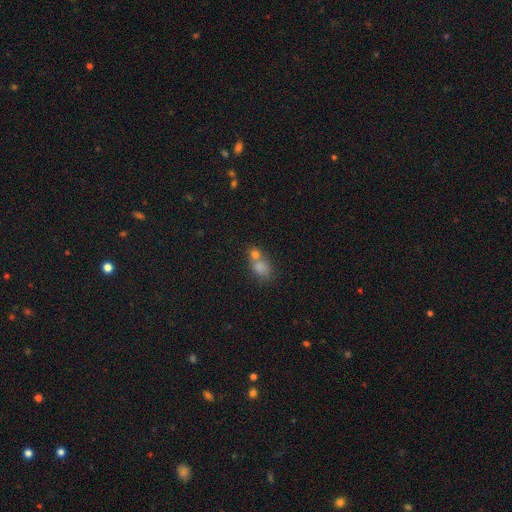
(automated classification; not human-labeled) A smooth galaxy with no disk features (69%) that is round (52%).

Vote fractions:
- Smooth or featured? smooth: 69% / star or artifact: 19% / featured or disk: 12%
- How rounded? round: 52% / in between: 45% / cigar-shaped: 3%
- Merging? merger: 50% / none: 37% / minor disturbance: 8% / major disturbance: 4%